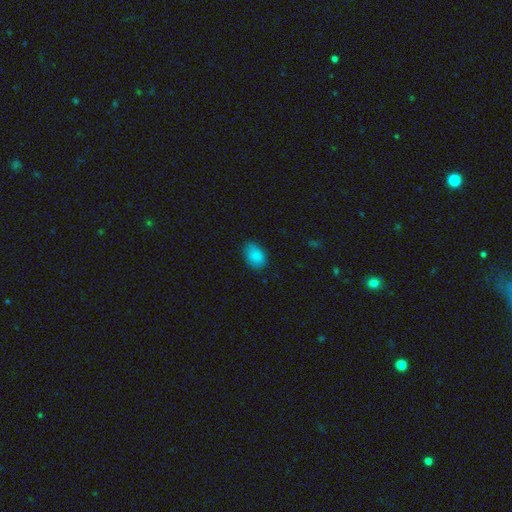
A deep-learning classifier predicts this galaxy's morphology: Smooth or featured?
  - smooth: 86% *
  - star or artifact: 9%
  - featured or disk: 5%
How rounded?
  - in between: 83% *
  - round: 16%
  - cigar-shaped: 1%
Merging?
  - none: 74% *
  - minor disturbance: 20%
  - major disturbance: 4%
  - merger: 1%